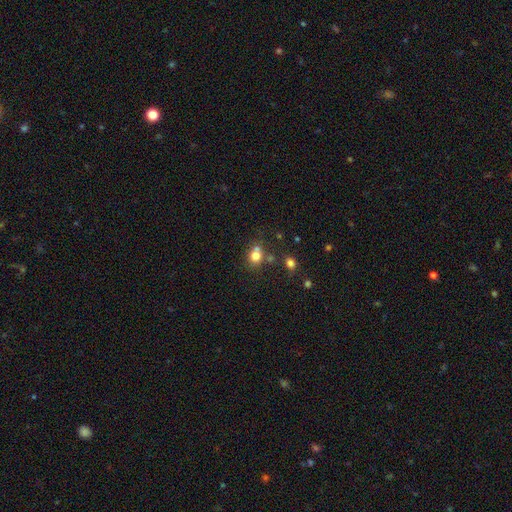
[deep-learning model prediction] Overall: smooth (77%). How rounded: round (73%). Merging: none (55%; merger 28%).